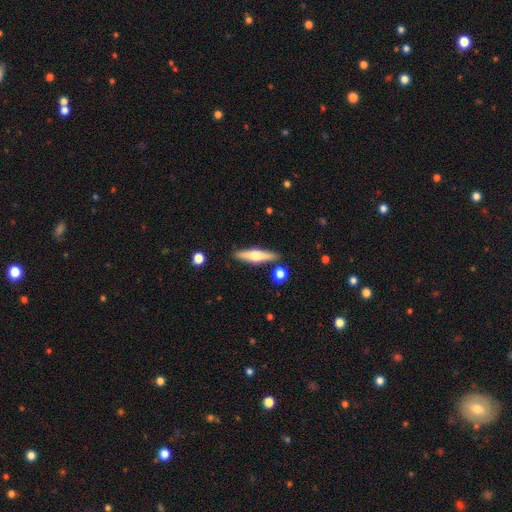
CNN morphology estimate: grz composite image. It shows a featured or disk galaxy (56%) viewed edge-on (95%) with a rounded central bulge (93%). Merging: none (84%).